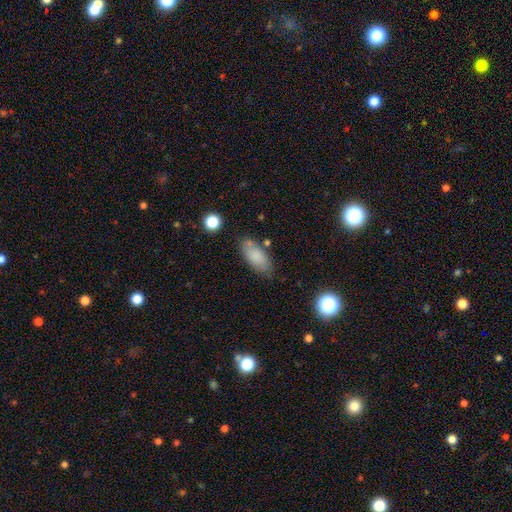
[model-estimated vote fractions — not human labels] Q: Smooth or featured?
A: smooth (82%); runner-up: featured or disk (10%)
Q: How rounded?
A: in between (85%); runner-up: cigar-shaped (13%)
Q: Merging?
A: none (73%); runner-up: minor disturbance (17%)